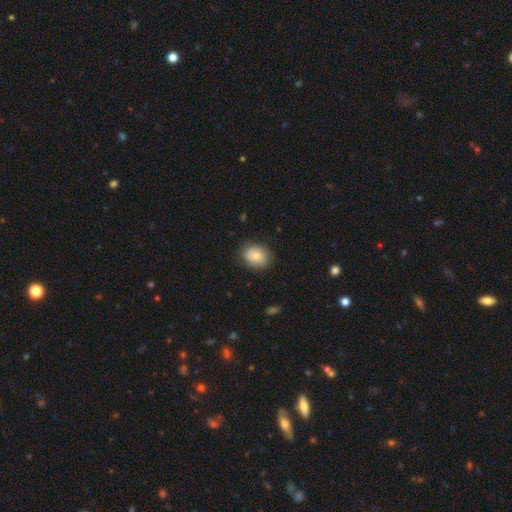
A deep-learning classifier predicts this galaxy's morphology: Smooth or featured? Predicted: smooth (p=0.81). How rounded? Predicted: round (p=0.54). Merging? Predicted: none (p=0.84).